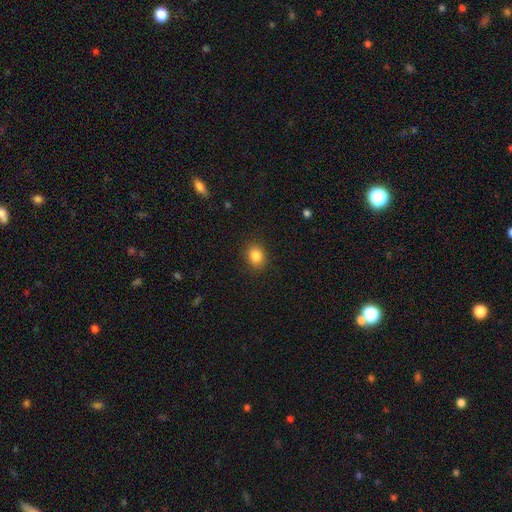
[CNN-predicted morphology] smooth_or_featured: smooth (p=0.85) [alt: star or artifact p=0.10]
how_rounded: round (p=0.63) [alt: in between p=0.36]
merging: none (p=0.89) [alt: minor disturbance p=0.08]